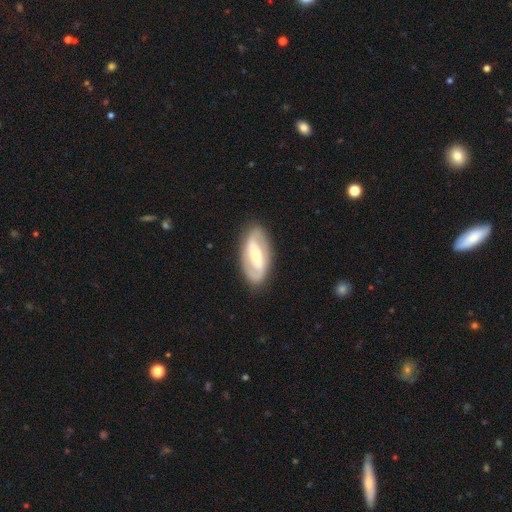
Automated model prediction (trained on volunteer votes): Morphology: type=featured or disk (78%); edge-on=no (93%); bar=strong (52%); spiral arms=yes (82%); winding=medium (43%); arm count=2 (88%); bulge=moderate (55%); merging=none (85%).